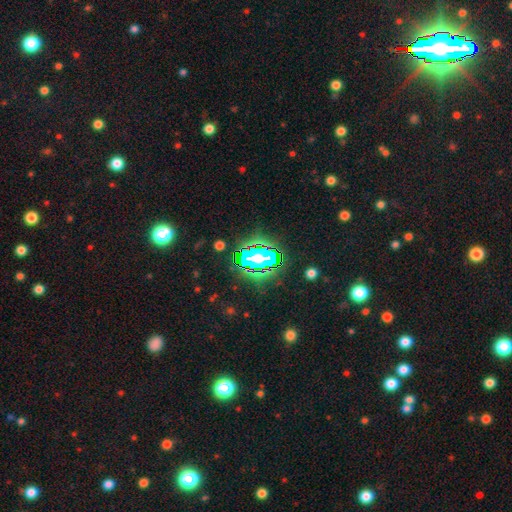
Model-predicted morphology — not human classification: smooth-or-featured: star or artifact: 72% | smooth: 17% | featured or disk: 11%